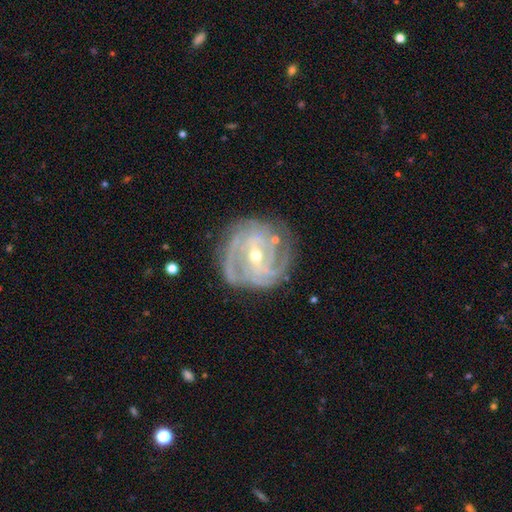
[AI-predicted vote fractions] Smooth or featured: featured or disk — 88% (smooth — 7%)
Edge-on disk: no — 97% (yes — 3%)
Bar: weak — 46% (strong — 29%)
Spiral arms: yes — 95% (no — 5%)
Spiral winding: tight — 62% (medium — 31%)
Spiral arm count: 3 — 27% (can't tell — 25%)
Bulge size: small — 53% (moderate — 44%)
Merging: none — 74% (minor disturbance — 17%)